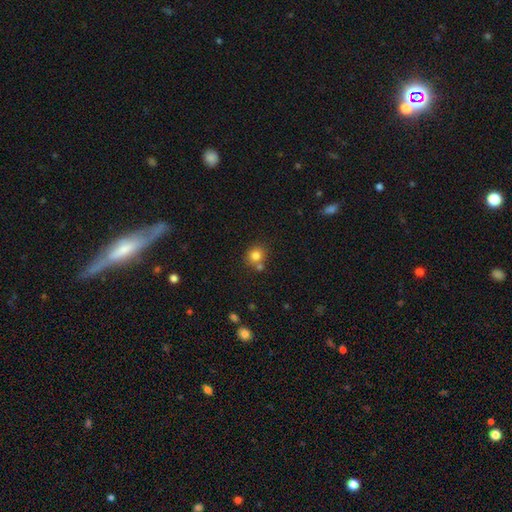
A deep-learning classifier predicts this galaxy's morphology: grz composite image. It shows a smooth galaxy with no disk features (81%) that is round (83%). Merging: none (66%).